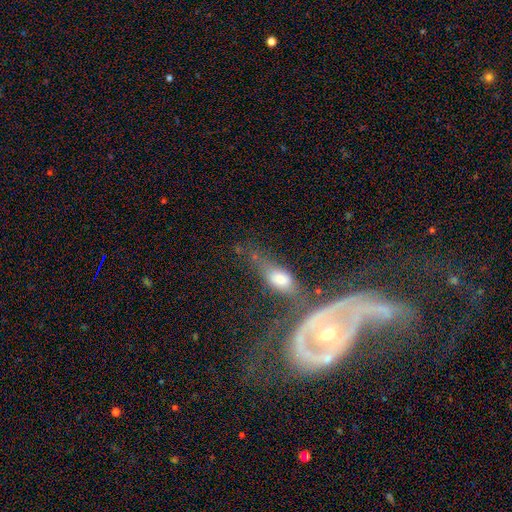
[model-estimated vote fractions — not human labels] Q: Smooth or featured?
A: featured or disk (58%); runner-up: smooth (32%)
Q: Edge-on disk?
A: no (69%); runner-up: yes (31%)
Q: Merging?
A: none (35%); runner-up: merger (25%)